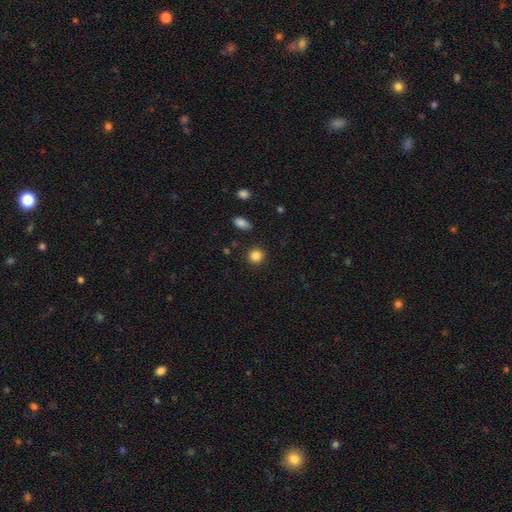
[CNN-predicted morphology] Smooth or featured? Predicted: smooth (p=0.86). How rounded? Predicted: round (p=0.90). Merging? Predicted: none (p=0.89).